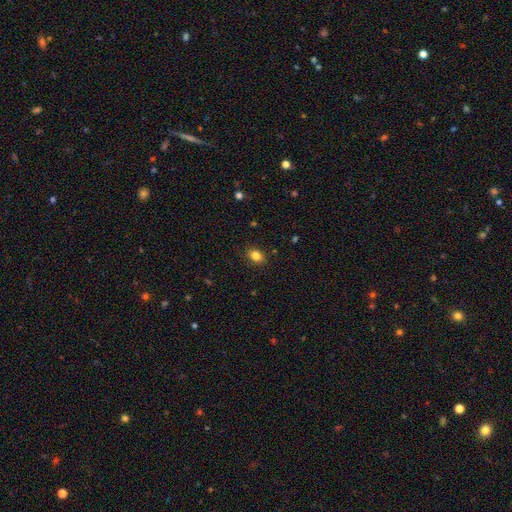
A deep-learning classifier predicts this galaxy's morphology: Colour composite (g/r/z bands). It shows a smooth galaxy with no disk features (84%) that is in between round and cigar-shaped (71%). Merging: none (87%).